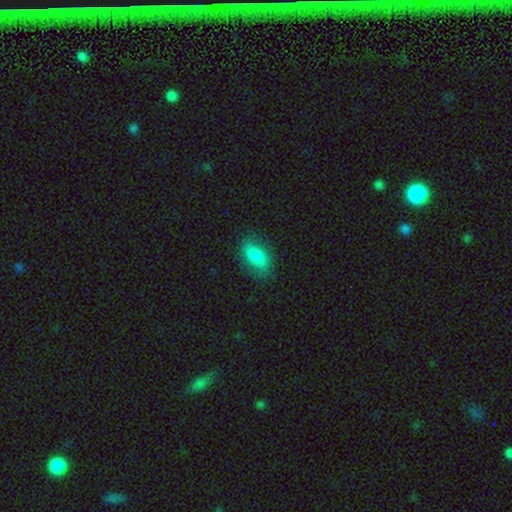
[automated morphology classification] smooth 78%, featured or disk 15%, star or artifact 7%. Down the decision tree: how rounded — in between (86%); merging — none (76%).